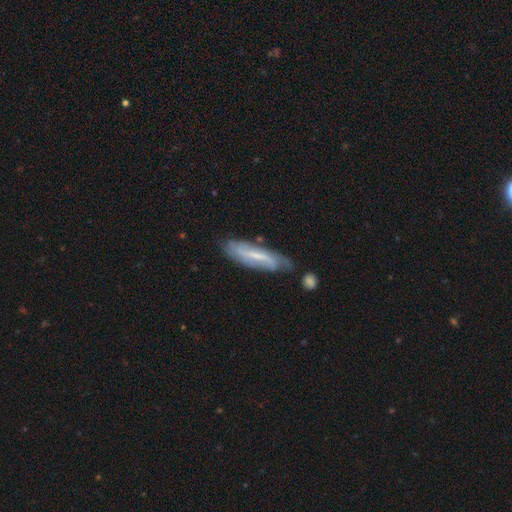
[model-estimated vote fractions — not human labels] Q: Smooth or featured?
A: featured or disk (63%); runner-up: smooth (30%)
Q: Edge-on disk?
A: no (69%); runner-up: yes (31%)
Q: Merging?
A: none (66%); runner-up: minor disturbance (22%)